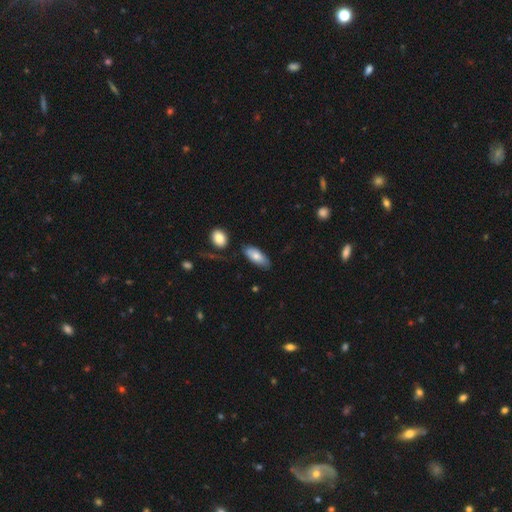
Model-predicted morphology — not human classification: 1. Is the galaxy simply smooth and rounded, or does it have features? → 77% smooth, 17% featured or disk, 6% star or artifact.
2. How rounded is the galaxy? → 85% in between, 13% cigar-shaped, 2% round.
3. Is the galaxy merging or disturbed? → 70% none, 18% minor disturbance, 6% merger, 5% major disturbance.